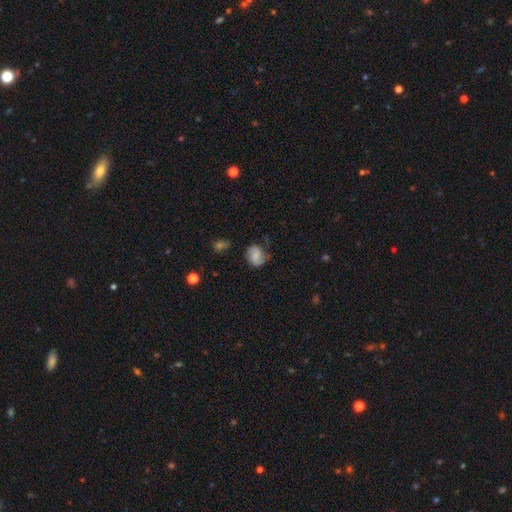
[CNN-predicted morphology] The model was most divided on "bar": no: 46%, weak: 42%, strong: 12%. Remaining: edge-on disk — no (98%); spiral arms — yes (91%); merging — none (68%); smooth or featured — featured or disk (56%); bulge size — small (37%).